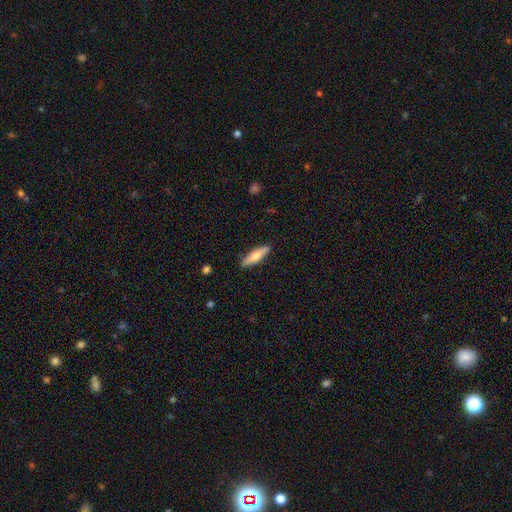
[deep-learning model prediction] A smooth galaxy with no disk features (63%) that is cigar-shaped (68%).

Vote fractions:
- Smooth or featured? smooth: 63% / featured or disk: 32% / star or artifact: 6%
- How rounded? cigar-shaped: 68% / in between: 30% / round: 2%
- Merging? none: 88% / minor disturbance: 9% / major disturbance: 2% / merger: 1%